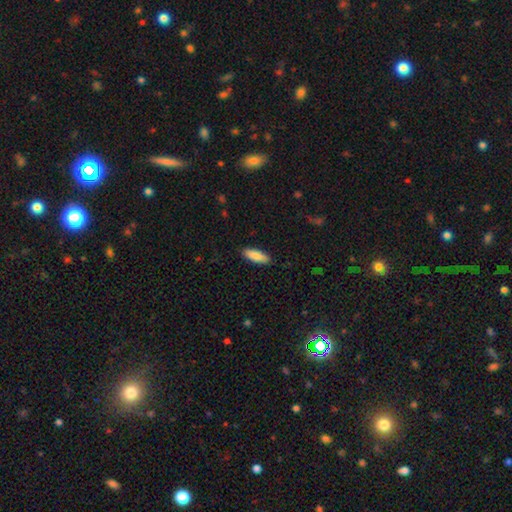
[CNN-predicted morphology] smooth_or_featured: smooth (p=0.88) [alt: featured or disk p=0.06]
how_rounded: in between (p=0.61) [alt: cigar-shaped p=0.38]
merging: none (p=0.89) [alt: minor disturbance p=0.08]